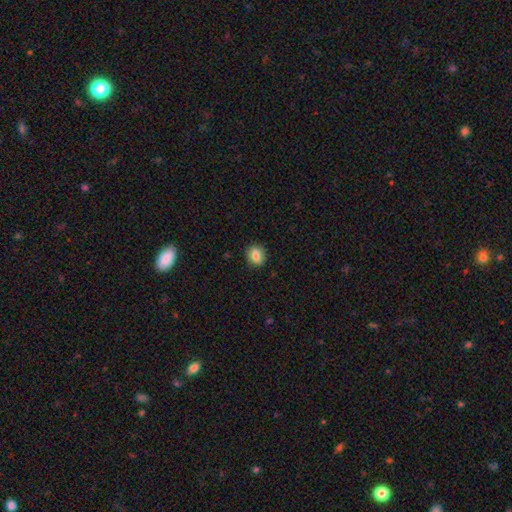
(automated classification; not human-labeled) The model was most divided on "how rounded": round: 51%, in between: 47%, cigar-shaped: 1%. More confident: merging — none (88%); smooth or featured — smooth (81%).